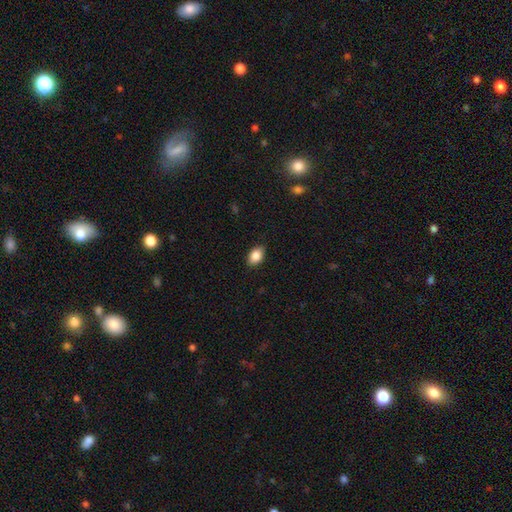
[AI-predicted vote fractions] Smooth or featured?
  - smooth: 87% *
  - star or artifact: 8%
  - featured or disk: 5%
How rounded?
  - in between: 87% *
  - round: 12%
  - cigar-shaped: 2%
Merging?
  - none: 87% *
  - minor disturbance: 10%
  - major disturbance: 2%
  - merger: 1%